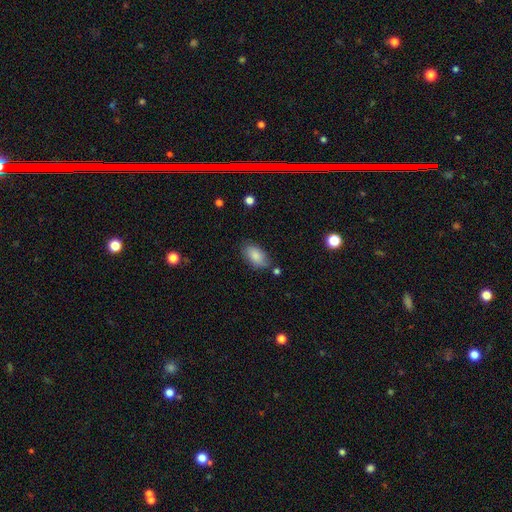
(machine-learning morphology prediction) smooth_or_featured: smooth (p=0.84) [alt: featured or disk p=0.09]
how_rounded: in between (p=0.93) [alt: round p=0.04]
merging: none (p=0.76) [alt: minor disturbance p=0.17]